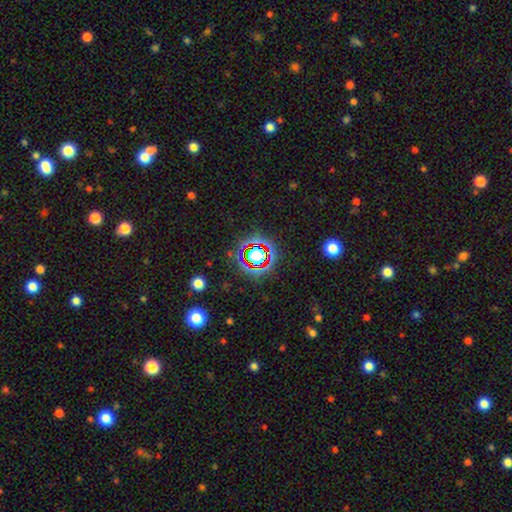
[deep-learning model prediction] Smooth or featured: star or artifact — 67% (smooth — 21%)